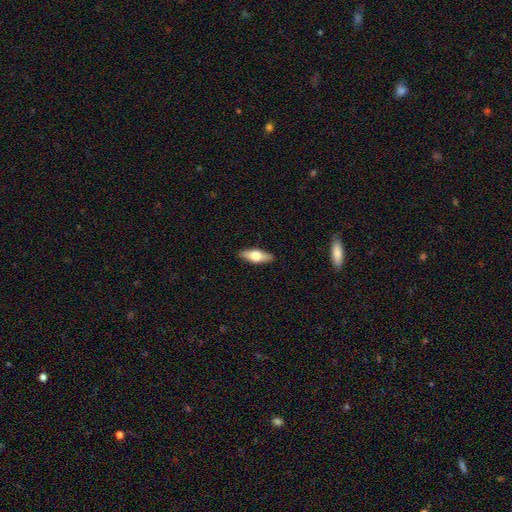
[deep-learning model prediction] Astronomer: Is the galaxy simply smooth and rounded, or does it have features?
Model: smooth — 59% (runner-up: featured or disk, 35%).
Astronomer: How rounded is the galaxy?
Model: in between — 65%.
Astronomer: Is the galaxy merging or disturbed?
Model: none — 89%.